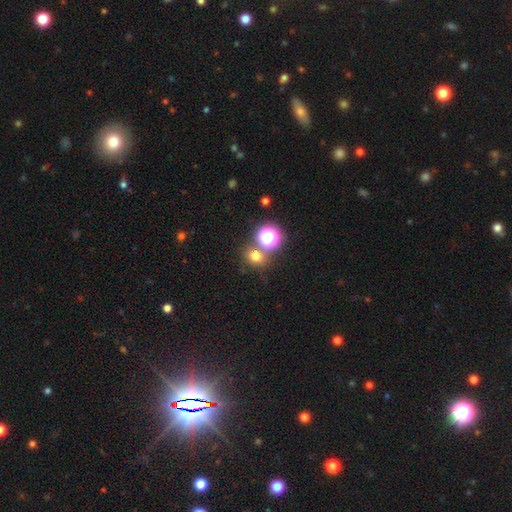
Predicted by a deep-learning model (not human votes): Morphology: type=smooth (69%); roundness=round (71%); merging=none (68%).